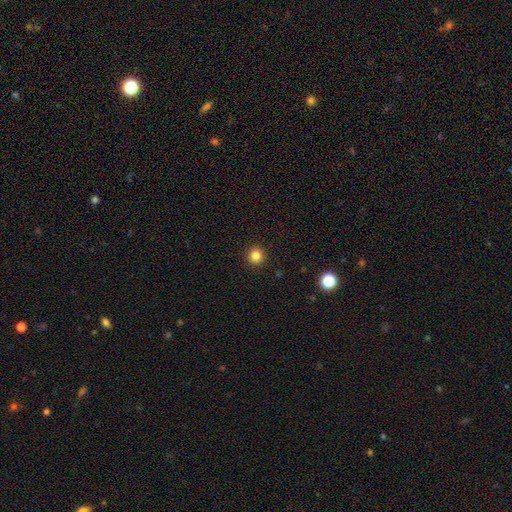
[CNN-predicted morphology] This is clearly a smooth galaxy (83%). How rounded: clearly round (94%). Merging: clearly none (93%).